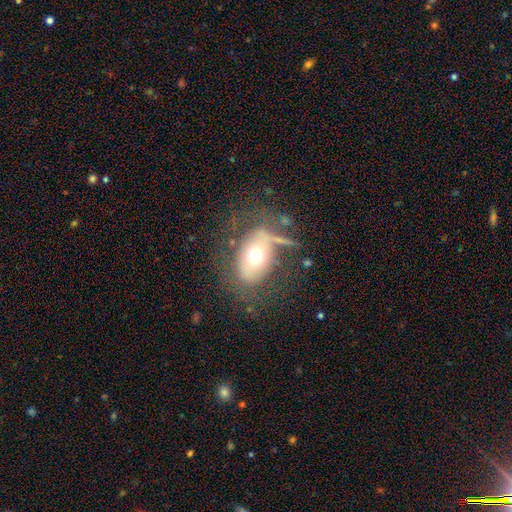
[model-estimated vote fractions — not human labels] Smooth or featured?
  - smooth: 51% *
  - featured or disk: 39%
  - star or artifact: 10%
How rounded?
  - in between: 80% *
  - round: 18%
  - cigar-shaped: 2%
Merging?
  - none: 54% *
  - minor disturbance: 20%
  - major disturbance: 19%
  - merger: 7%